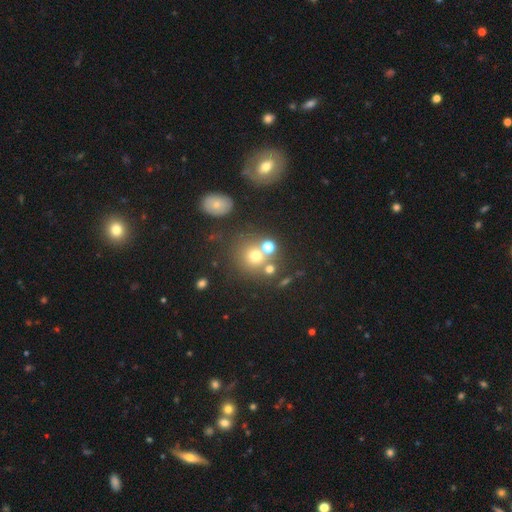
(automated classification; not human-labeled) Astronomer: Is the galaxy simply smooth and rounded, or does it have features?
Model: smooth — 64%.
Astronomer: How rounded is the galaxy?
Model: round — 87%.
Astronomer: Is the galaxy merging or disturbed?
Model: none — 61%.